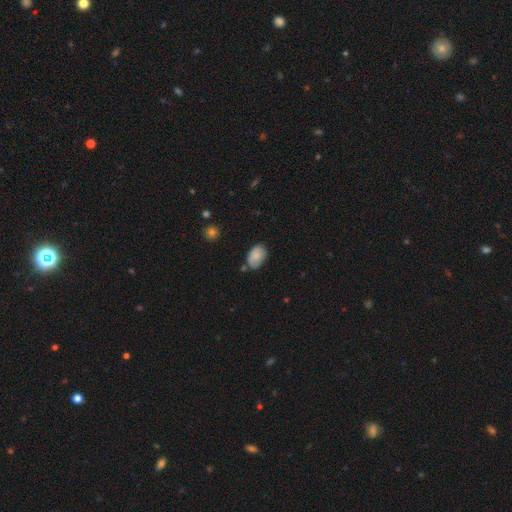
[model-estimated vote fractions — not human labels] This is clearly a smooth galaxy (84%). How rounded: clearly in between (91%). Merging: likely none (67%).